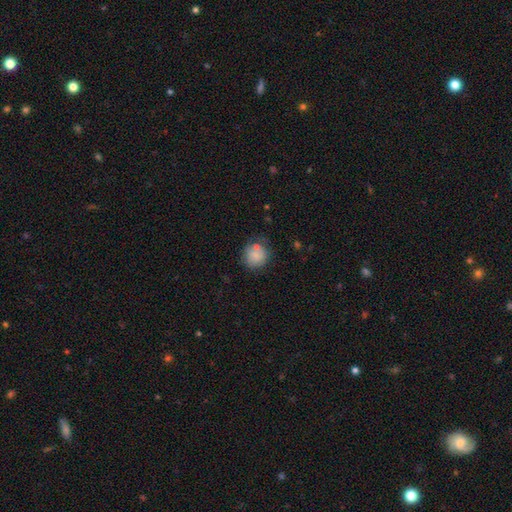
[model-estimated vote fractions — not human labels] smooth-or-featured: smooth: 80% | featured or disk: 11% | star or artifact: 9%
  how-rounded: round: 85% | in between: 14% | cigar-shaped: 1%
  merging: none: 63% | minor disturbance: 19% | merger: 12% | major disturbance: 7%